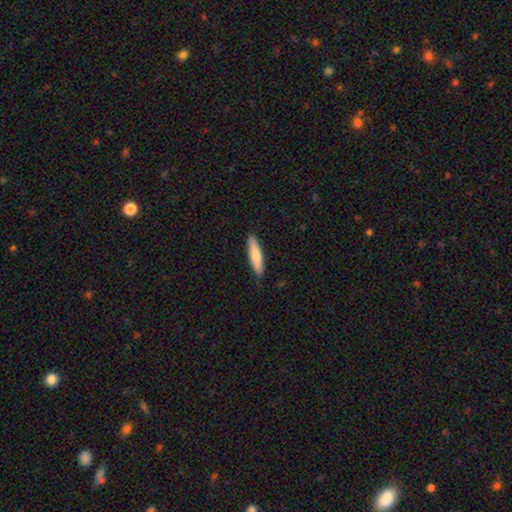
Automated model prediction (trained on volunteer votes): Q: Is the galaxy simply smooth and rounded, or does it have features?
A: smooth — 79%.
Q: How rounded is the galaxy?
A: cigar-shaped — 81%.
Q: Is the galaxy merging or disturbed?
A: none — 86%.